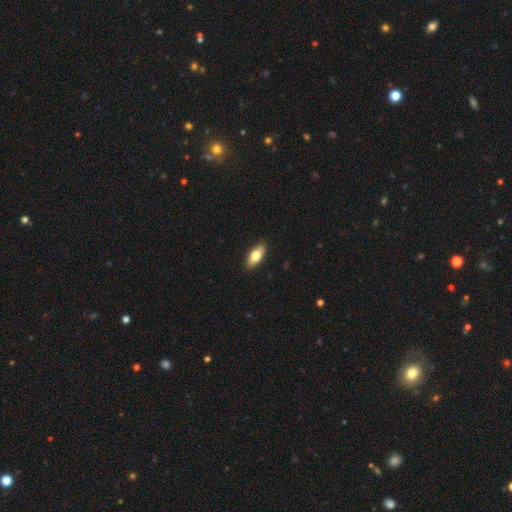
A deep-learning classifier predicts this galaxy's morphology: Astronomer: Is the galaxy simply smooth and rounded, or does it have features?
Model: smooth — 70%.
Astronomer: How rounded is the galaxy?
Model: in between — 79%.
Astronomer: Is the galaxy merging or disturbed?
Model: none — 90%.